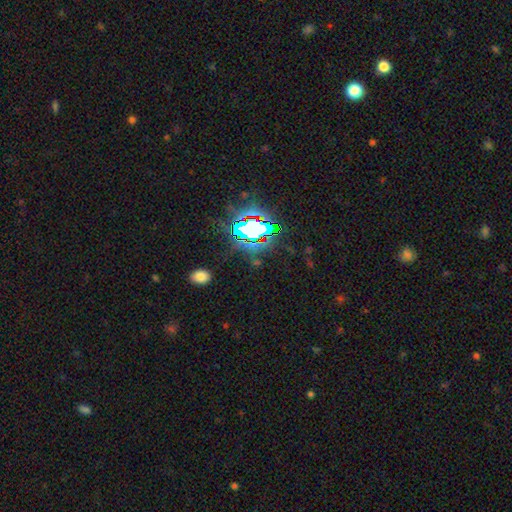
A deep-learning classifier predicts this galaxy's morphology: Smooth or featured: star or artifact — 76% (smooth — 15%)